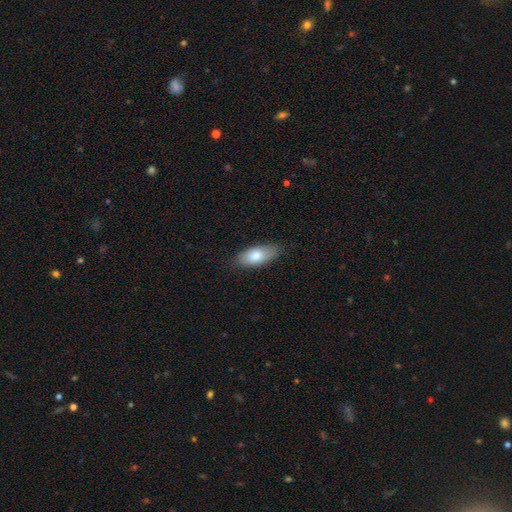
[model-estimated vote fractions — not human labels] Overall: smooth (79%). How rounded: in between (86%). Merging: none (82%).